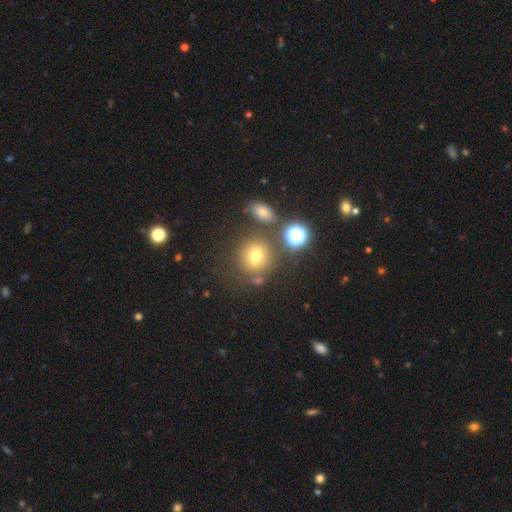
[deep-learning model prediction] Overall: smooth (69%). How rounded: round (86%). Merging: none (72%).